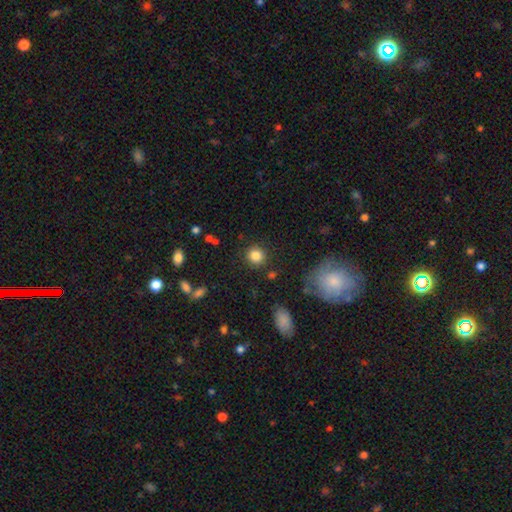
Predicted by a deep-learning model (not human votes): The model was most divided on "smooth or featured": smooth: 84%, star or artifact: 11%, featured or disk: 5%. More confident: how rounded — round (92%); merging — none (88%).